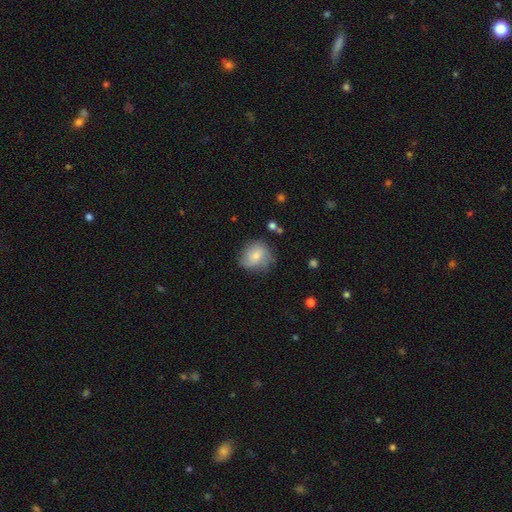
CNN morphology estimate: Overall: smooth (56%; featured or disk 35%). How rounded: round (74%). Merging: none (63%; minor disturbance 26%).